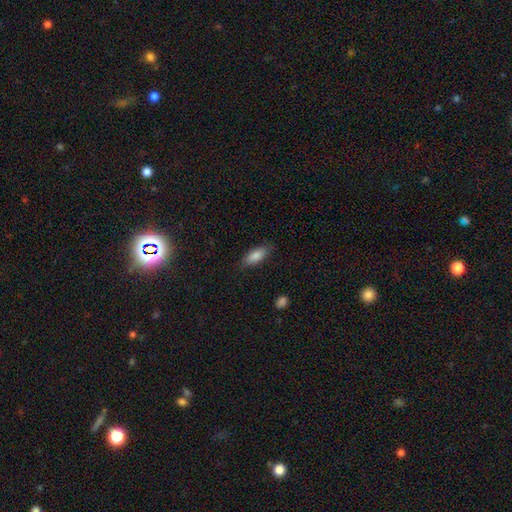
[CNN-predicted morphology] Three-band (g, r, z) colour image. It shows a smooth galaxy with no disk features (84%) that is in between round and cigar-shaped (75%). Merging: none (83%).